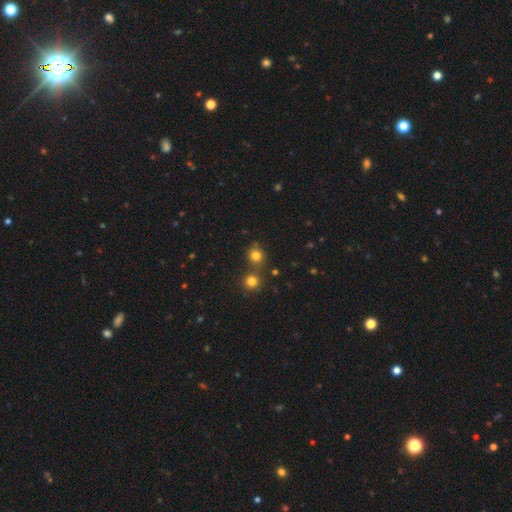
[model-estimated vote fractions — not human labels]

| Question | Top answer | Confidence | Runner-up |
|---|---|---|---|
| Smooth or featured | smooth | 78% | star or artifact (15%) |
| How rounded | round | 83% | in between (16%) |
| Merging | none | 64% | merger (23%) |